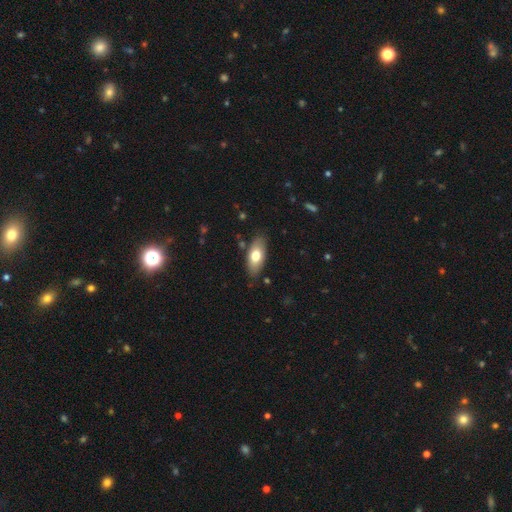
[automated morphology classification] smooth_or_featured: smooth (p=0.70) [alt: featured or disk p=0.24]
how_rounded: in between (p=0.87) [alt: cigar-shaped p=0.10]
merging: none (p=0.84) [alt: minor disturbance p=0.12]